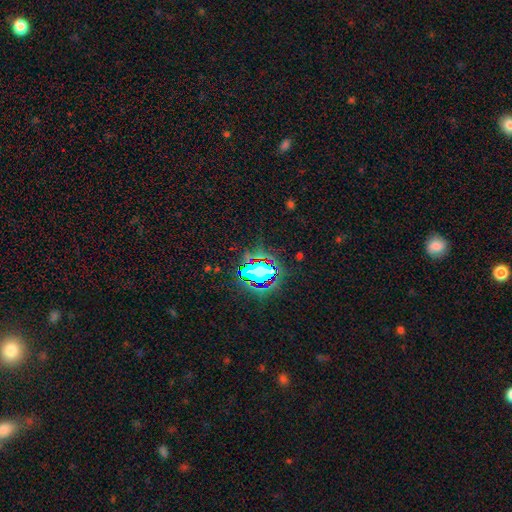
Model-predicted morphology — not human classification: smooth_or_featured: star or artifact (p=0.79) [alt: smooth p=0.13]